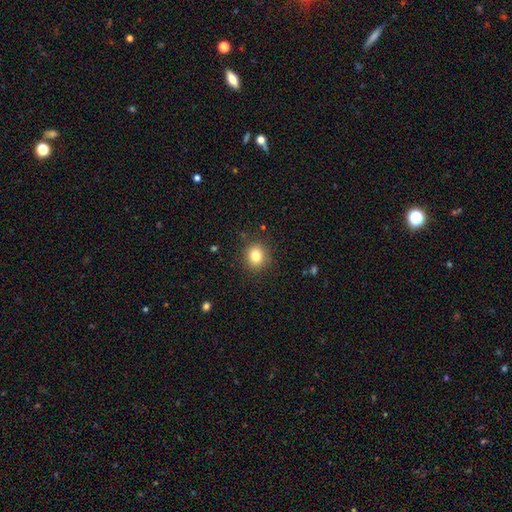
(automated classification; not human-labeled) Smooth or featured?
  - smooth: 81% *
  - star or artifact: 11%
  - featured or disk: 7%
How rounded?
  - round: 80% *
  - in between: 19%
  - cigar-shaped: 1%
Merging?
  - none: 88% *
  - minor disturbance: 8%
  - major disturbance: 2%
  - merger: 1%